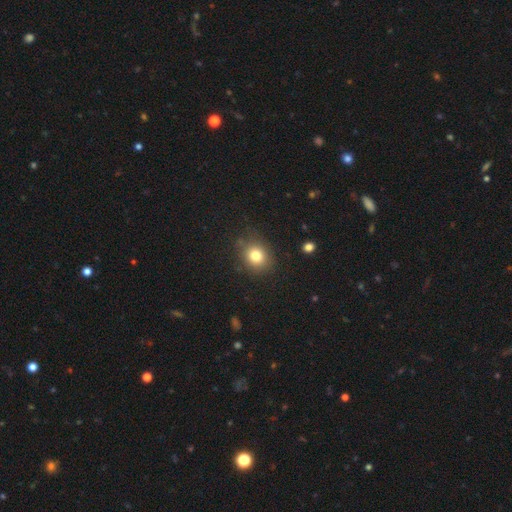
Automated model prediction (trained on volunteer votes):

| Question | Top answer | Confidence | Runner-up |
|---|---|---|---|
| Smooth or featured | smooth | 80% | star or artifact (12%) |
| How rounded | round | 70% | in between (29%) |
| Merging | none | 81% | minor disturbance (13%) |